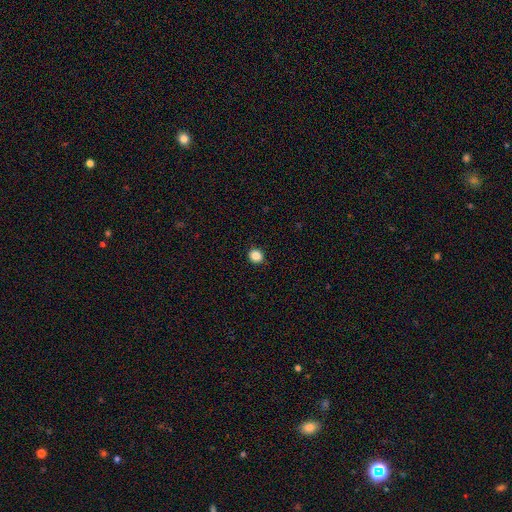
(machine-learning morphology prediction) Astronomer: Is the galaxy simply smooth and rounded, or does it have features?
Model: smooth — 86%.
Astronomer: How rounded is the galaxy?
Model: round — 81%.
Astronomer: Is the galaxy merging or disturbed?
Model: none — 91%.